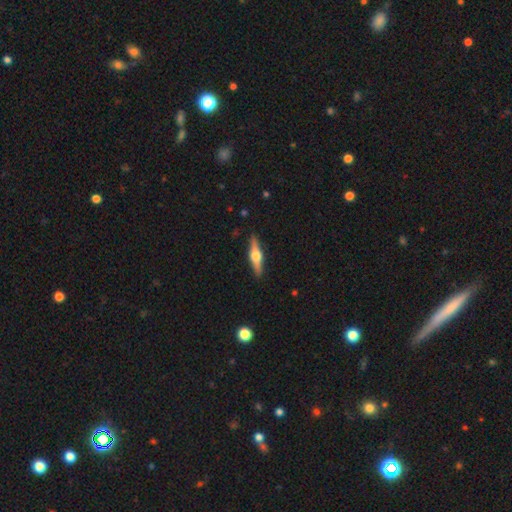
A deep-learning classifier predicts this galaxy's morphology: smooth_or_featured: featured or disk (p=0.68) [alt: smooth p=0.26]
disk_edge_on: yes (p=0.97) [alt: no p=0.03]
edge_on_bulge: rounded (p=0.94) [alt: boxy p=0.04]
merging: none (p=0.90) [alt: minor disturbance p=0.07]